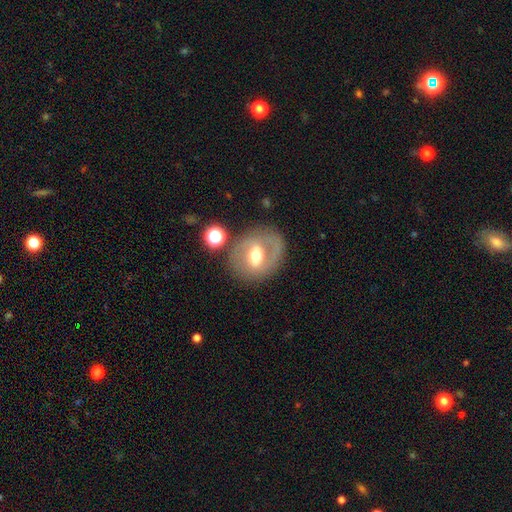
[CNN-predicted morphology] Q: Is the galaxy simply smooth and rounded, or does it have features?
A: featured or disk — 57%.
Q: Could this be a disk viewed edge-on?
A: no — 93%.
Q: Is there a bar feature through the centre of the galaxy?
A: weak — 44%.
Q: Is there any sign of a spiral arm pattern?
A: no — 55%.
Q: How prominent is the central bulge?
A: moderate — 71%.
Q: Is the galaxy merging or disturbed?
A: none — 70%.